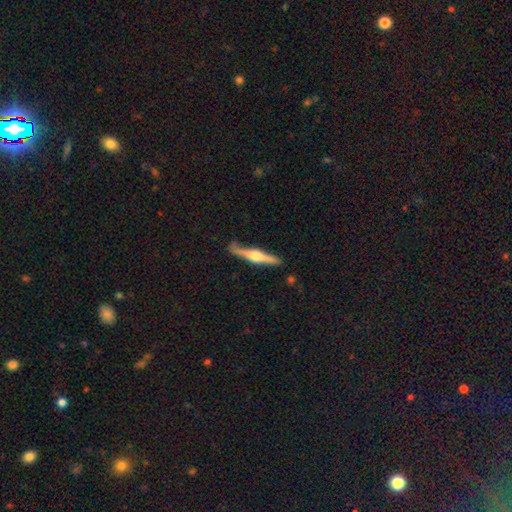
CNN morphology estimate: Smooth or featured: featured or disk — 75% (smooth — 21%)
Edge-on disk: yes — 97% (no — 3%)
Edge-on bulge: rounded — 91% (boxy — 7%)
Merging: none — 81% (minor disturbance — 14%)